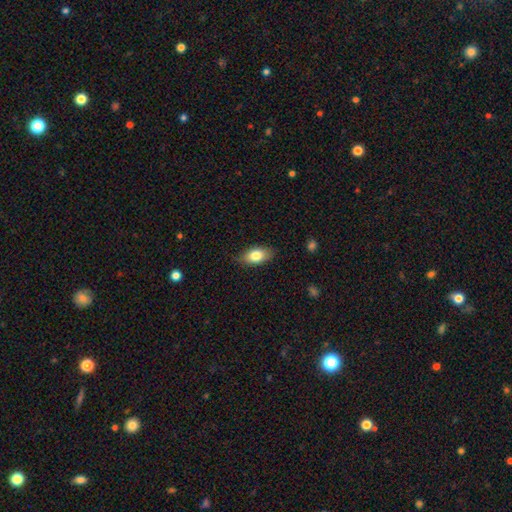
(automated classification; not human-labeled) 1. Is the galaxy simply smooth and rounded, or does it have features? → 80% smooth, 13% featured or disk, 7% star or artifact.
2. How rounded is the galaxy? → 88% in between, 7% round, 5% cigar-shaped.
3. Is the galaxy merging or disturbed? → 81% none, 16% minor disturbance, 3% major disturbance, 1% merger.